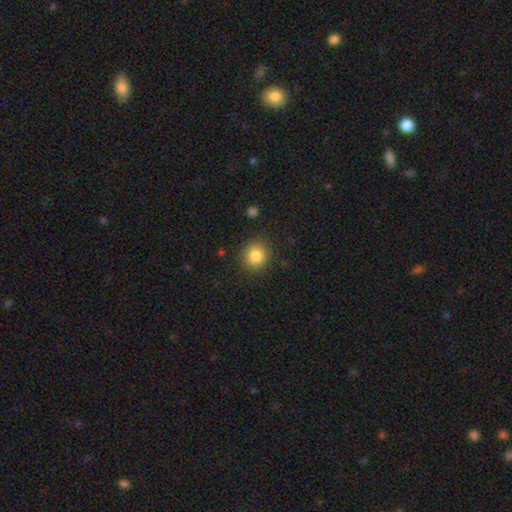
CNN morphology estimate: smooth-or-featured: smooth: 84% | star or artifact: 10% | featured or disk: 5%
  how-rounded: round: 88% | in between: 11% | cigar-shaped: 1%
  merging: none: 88% | minor disturbance: 8% | major disturbance: 3% | merger: 1%